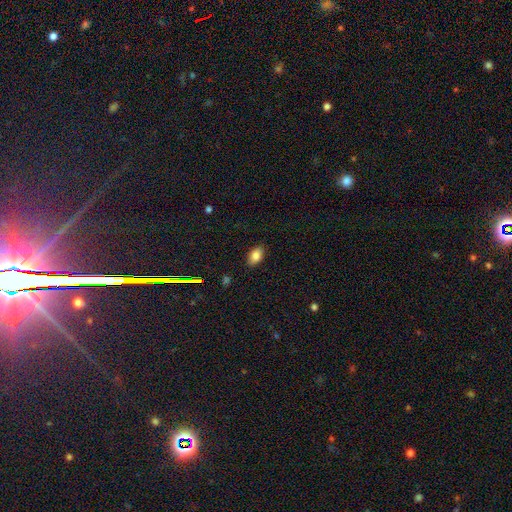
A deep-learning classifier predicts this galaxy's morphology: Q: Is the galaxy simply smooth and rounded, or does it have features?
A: smooth — 84%.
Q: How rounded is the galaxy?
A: in between — 90%.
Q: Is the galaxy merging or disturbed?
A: none — 86%.